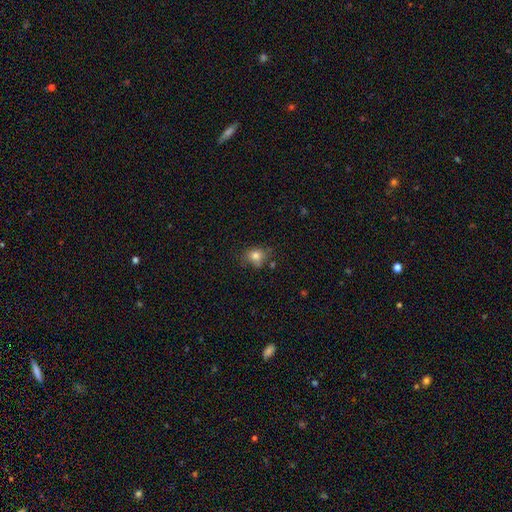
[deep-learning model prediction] Smooth or featured? Predicted: smooth (p=0.78). How rounded? Predicted: round (p=0.57). Merging? Predicted: none (p=0.63).